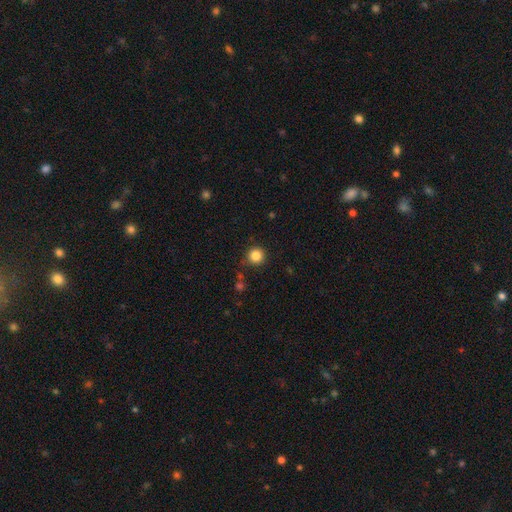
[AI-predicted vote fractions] The model was most divided on "smooth or featured": smooth: 84%, star or artifact: 11%, featured or disk: 4%. More confident: how rounded — round (95%); merging — none (87%).